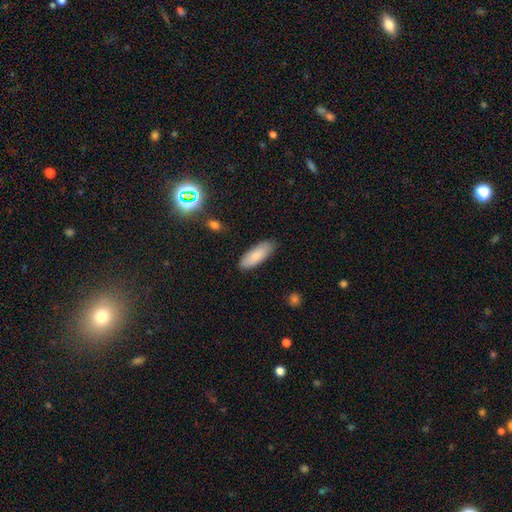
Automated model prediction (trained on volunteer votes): This appears to be a smooth galaxy with no disk features (83%) that is in between round and cigar-shaped (71%). Merging: none (82%).